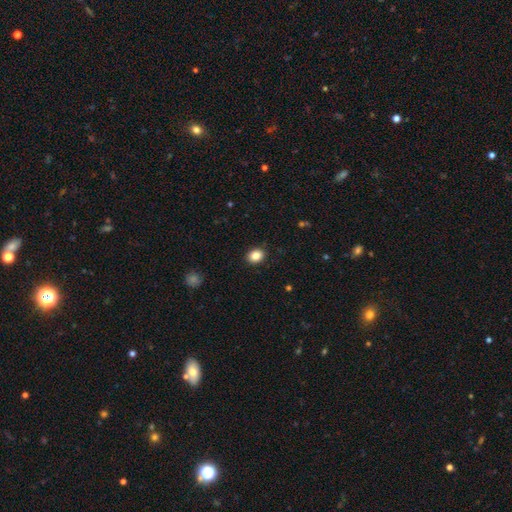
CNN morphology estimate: This appears to be a smooth galaxy with no disk features (87%) that is in between round and cigar-shaped (52%). Merging: none (89%).